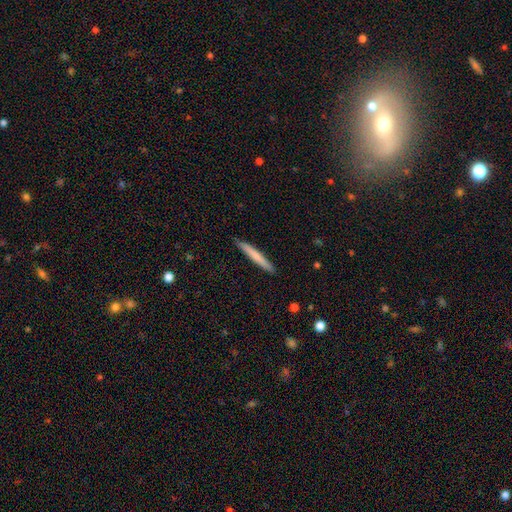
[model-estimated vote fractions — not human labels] A smooth galaxy with no disk features (68%) that is cigar-shaped (96%).

Vote fractions:
- Smooth or featured? smooth: 68% / featured or disk: 27% / star or artifact: 5%
- How rounded? cigar-shaped: 96% / in between: 2% / round: 1%
- Merging? none: 90% / minor disturbance: 7% / major disturbance: 1% / merger: 1%